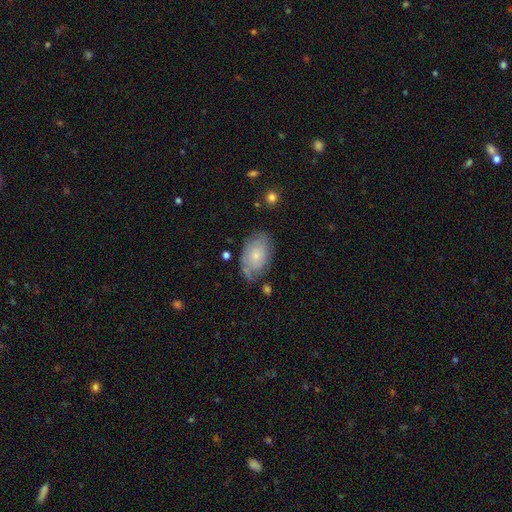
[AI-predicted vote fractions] Smooth or featured? smooth (47%)
Merging? none (60%)